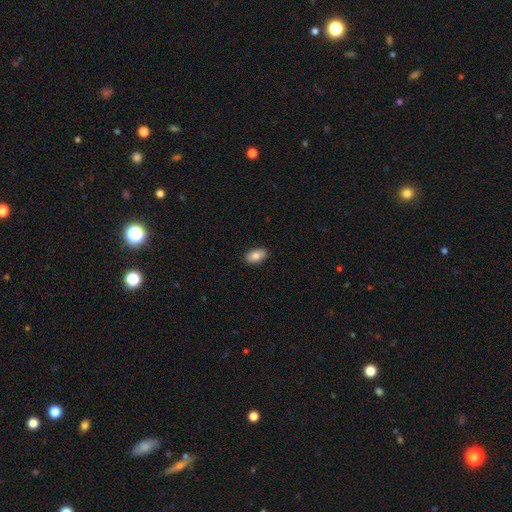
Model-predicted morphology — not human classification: smooth-or-featured: smooth: 82% | featured or disk: 10% | star or artifact: 7%
  how-rounded: in between: 90% | round: 8% | cigar-shaped: 2%
  merging: none: 88% | minor disturbance: 10% | major disturbance: 2% | merger: 1%